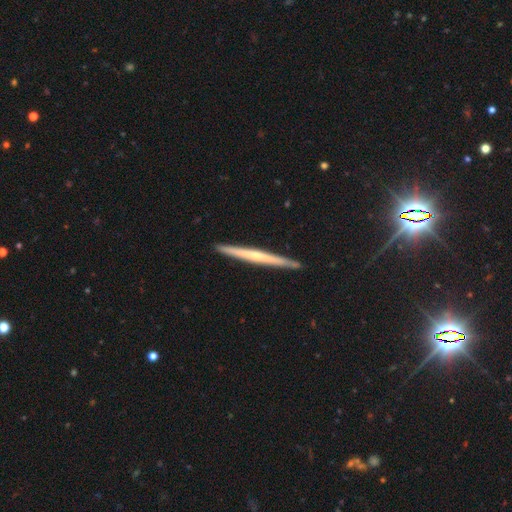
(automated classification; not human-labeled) A featured or disk galaxy (60%) viewed edge-on (98%) with no central bulge (59%).

Vote fractions:
- Smooth or featured? featured or disk: 60% / smooth: 34% / star or artifact: 5%
- Edge-on disk? yes: 98% / no: 2%
- Edge-on bulge? none: 59% / rounded: 35% / boxy: 6%
- Merging? none: 91% / minor disturbance: 7% / merger: 1% / major disturbance: 1%